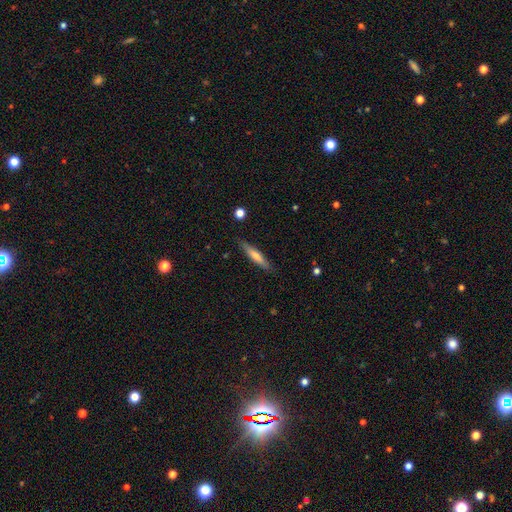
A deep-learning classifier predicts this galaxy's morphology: Overall: smooth (60%; featured or disk 34%). How rounded: cigar-shaped (91%). Merging: none (88%).